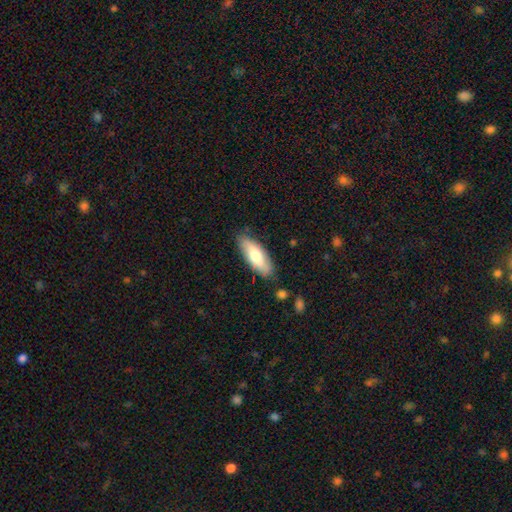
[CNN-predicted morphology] This is likely a smooth galaxy (69%). How rounded: likely in between (64%). Merging: clearly none (83%).